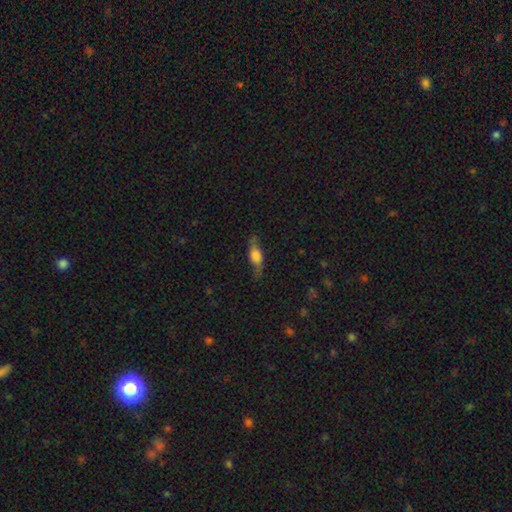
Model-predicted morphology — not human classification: smooth_or_featured: smooth (p=0.53) [alt: featured or disk p=0.39]
how_rounded: in between (p=0.65) [alt: cigar-shaped p=0.29]
merging: none (p=0.67) [alt: minor disturbance p=0.23]